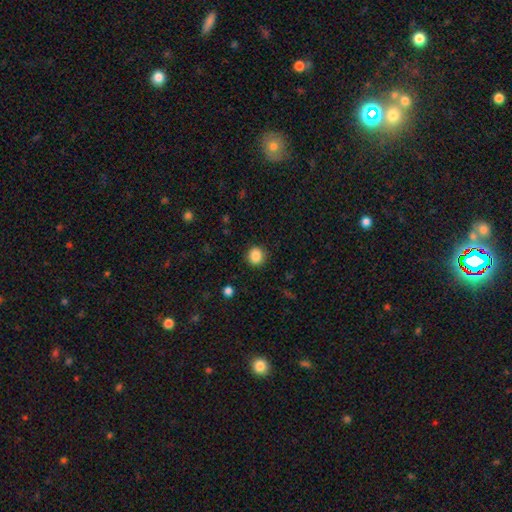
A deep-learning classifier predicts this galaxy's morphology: The model was most divided on "smooth or featured": smooth: 86%, star or artifact: 10%, featured or disk: 4%. More confident: merging — none (90%); how rounded — round (89%).